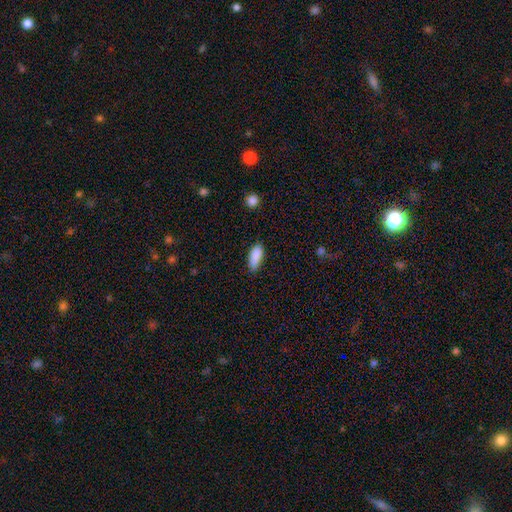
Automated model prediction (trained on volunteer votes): smooth_or_featured: smooth (p=0.88) [alt: star or artifact p=0.07]
how_rounded: in between (p=0.83) [alt: cigar-shaped p=0.15]
merging: none (p=0.68) [alt: minor disturbance p=0.26]